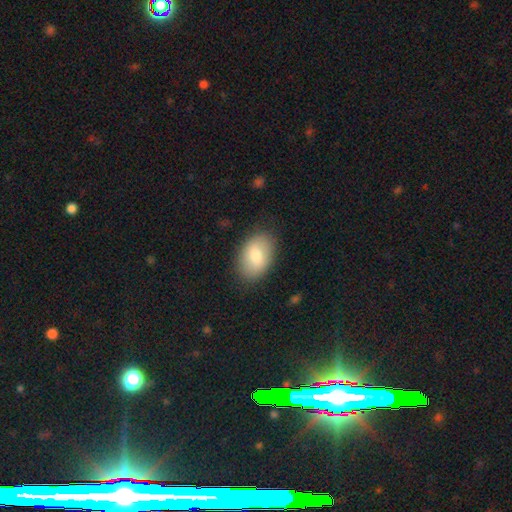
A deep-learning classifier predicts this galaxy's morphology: A smooth galaxy with no disk features (79%) that is in between round and cigar-shaped (89%).

Vote fractions:
- Smooth or featured? smooth: 79% / featured or disk: 15% / star or artifact: 6%
- How rounded? in between: 89% / round: 10% / cigar-shaped: 1%
- Merging? none: 84% / minor disturbance: 12% / major disturbance: 3% / merger: 1%